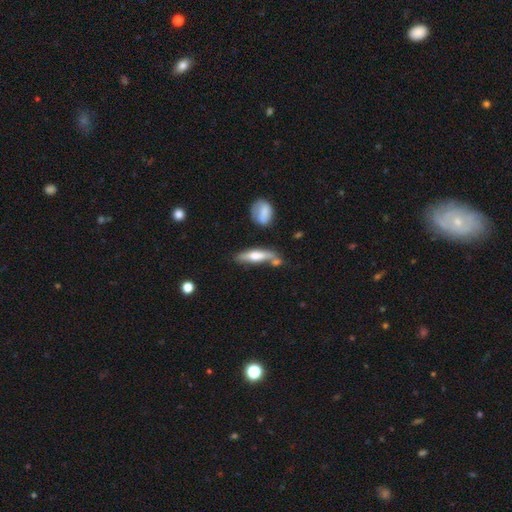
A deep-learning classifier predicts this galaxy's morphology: smooth_or_featured: smooth (p=0.54) [alt: featured or disk p=0.40]
how_rounded: cigar-shaped (p=0.67) [alt: in between p=0.31]
merging: none (p=0.55) [alt: minor disturbance p=0.20]